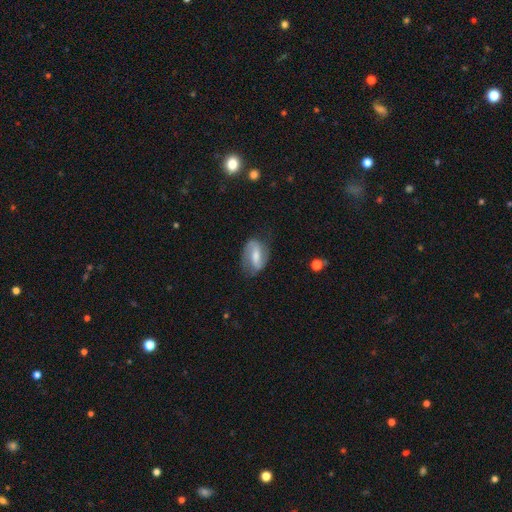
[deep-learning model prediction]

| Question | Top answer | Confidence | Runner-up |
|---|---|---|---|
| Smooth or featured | featured or disk | 69% | smooth (25%) |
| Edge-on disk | no | 95% | yes (5%) |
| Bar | strong | 43% | weak (41%) |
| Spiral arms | yes | 88% | no (12%) |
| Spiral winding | medium | 41% | loose (40%) |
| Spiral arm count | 2 | 86% | can't tell (7%) |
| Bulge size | moderate | 48% | small (34%) |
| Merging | none | 70% | minor disturbance (21%) |